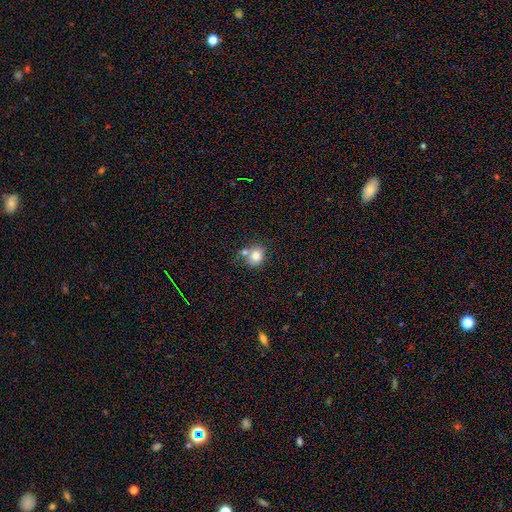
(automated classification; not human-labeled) This is clearly a smooth galaxy (80%). How rounded: likely round (67%). Merging: possibly none (56%).